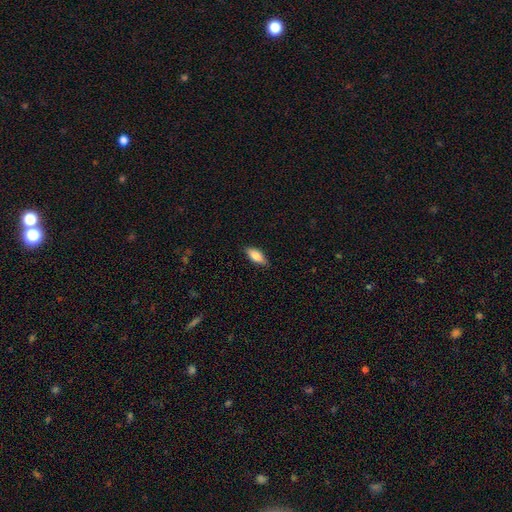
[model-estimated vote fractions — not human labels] A smooth galaxy with no disk features (77%) that is in between round and cigar-shaped (76%). Merging: none (85%).